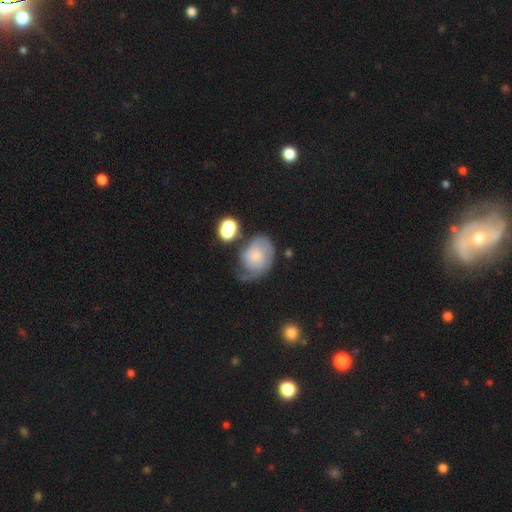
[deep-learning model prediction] Smooth or featured?
  - featured or disk: 64% *
  - smooth: 29%
  - star or artifact: 8%
Edge-on disk?
  - no: 97% *
  - yes: 3%
Bar?
  - no: 75% *
  - weak: 22%
  - strong: 3%
Spiral arms?
  - yes: 87% *
  - no: 13%
Spiral winding?
  - tight: 42% *
  - medium: 37%
  - loose: 21%
Spiral arm count?
  - 2: 39% *
  - 1: 33%
  - can't tell: 19%
  - 3: 5%
  - 4: 2%
  - more than 4: 2%
Bulge size?
  - small: 37% *
  - moderate: 28%
  - none: 19%
  - large: 13%
  - dominant: 4%
Merging?
  - none: 37% *
  - minor disturbance: 27%
  - major disturbance: 27%
  - merger: 9%